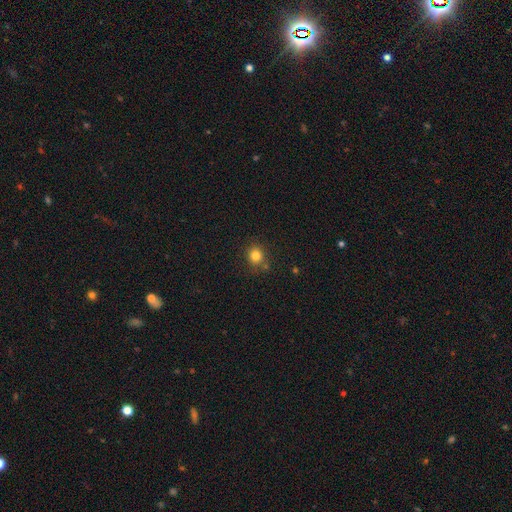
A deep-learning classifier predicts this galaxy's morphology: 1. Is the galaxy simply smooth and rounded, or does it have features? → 81% smooth, 13% star or artifact, 6% featured or disk.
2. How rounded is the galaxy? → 87% round, 13% in between, 1% cigar-shaped.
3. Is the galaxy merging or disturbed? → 79% none, 11% minor disturbance, 6% merger, 3% major disturbance.